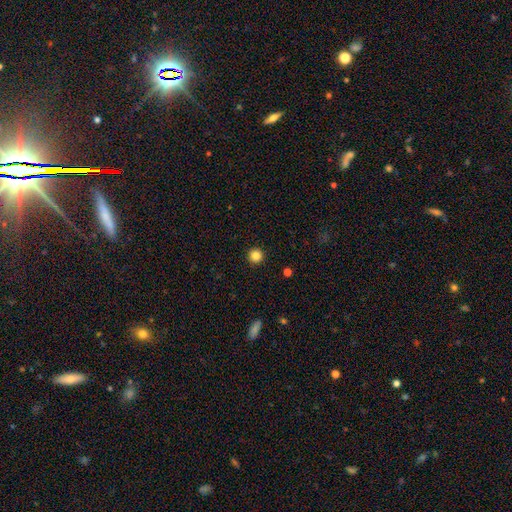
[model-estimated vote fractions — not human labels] smooth-or-featured: smooth: 85% | star or artifact: 11% | featured or disk: 4%
  how-rounded: round: 96% | in between: 3% | cigar-shaped: 1%
  merging: none: 93% | minor disturbance: 4% | major disturbance: 1% | merger: 1%